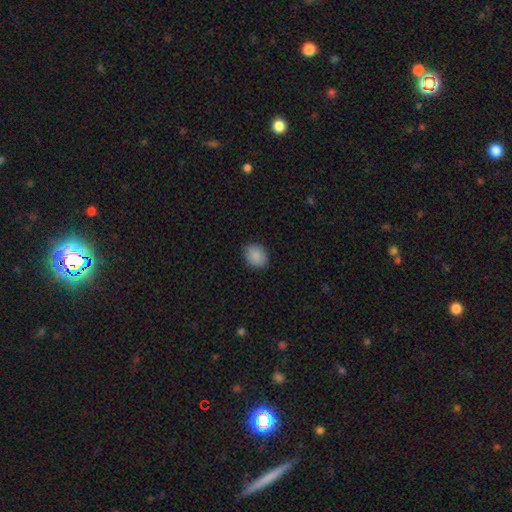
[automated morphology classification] The model was most divided on "how rounded": round: 57%, in between: 42%, cigar-shaped: 1%. More confident: smooth or featured — smooth (89%); merging — none (87%).